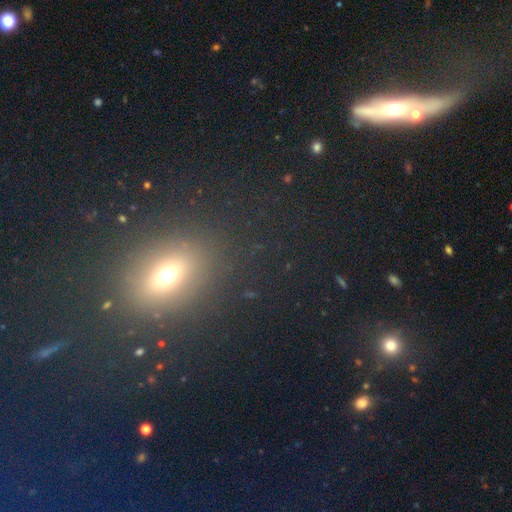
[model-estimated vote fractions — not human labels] A smooth galaxy with no disk features (49%).

Vote fractions:
- Smooth or featured? smooth: 49% / star or artifact: 37% / featured or disk: 14%
- Merging? none: 85% / minor disturbance: 7% / major disturbance: 4% / merger: 4%